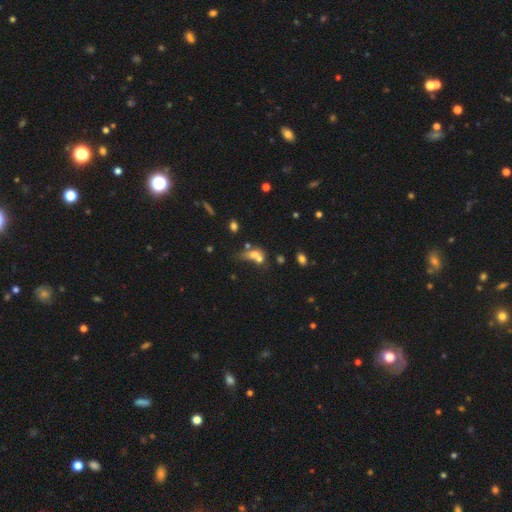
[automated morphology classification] This is possibly a smooth galaxy (59%). How rounded: possibly in between (53%). Merging: possibly merger (56%).